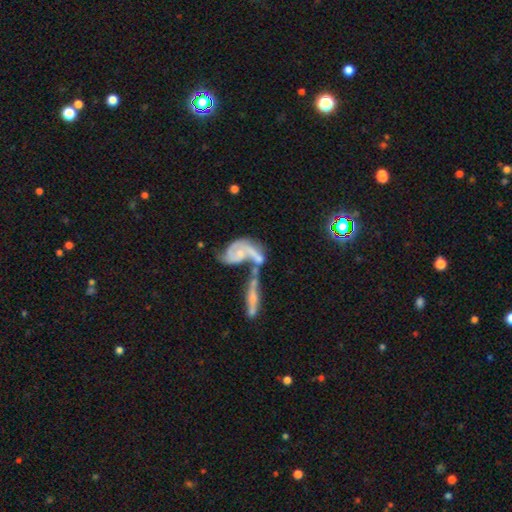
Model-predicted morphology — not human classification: featured or disk 67%, smooth 25%, star or artifact 8%. Down the decision tree: edge-on disk — no (91%); bar — no (70%); spiral arms — yes (69%); bulge size — small (45%); merging — merger (62%).